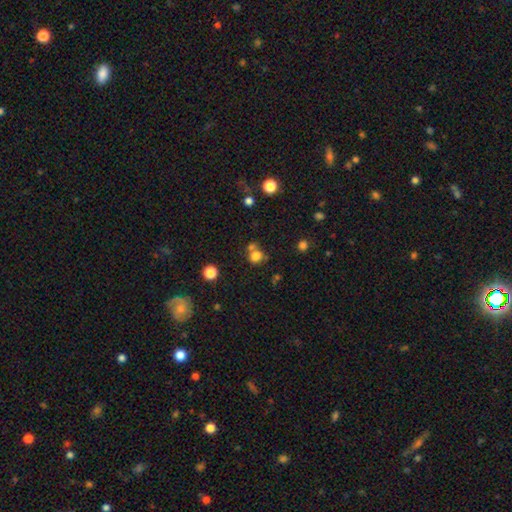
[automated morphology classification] smooth 77%, star or artifact 15%, featured or disk 8%. Down the decision tree: how rounded — round (77%); merging — none (51%).